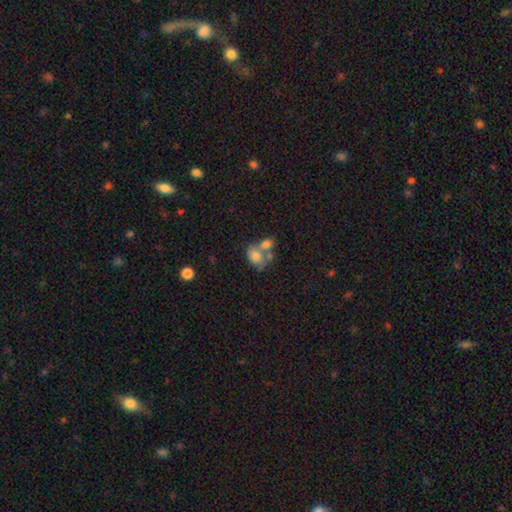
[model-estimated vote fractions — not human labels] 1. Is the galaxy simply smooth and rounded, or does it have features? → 72% smooth, 19% featured or disk, 9% star or artifact.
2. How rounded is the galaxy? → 78% in between, 20% round, 1% cigar-shaped.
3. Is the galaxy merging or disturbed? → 56% merger, 23% none, 13% minor disturbance, 8% major disturbance.